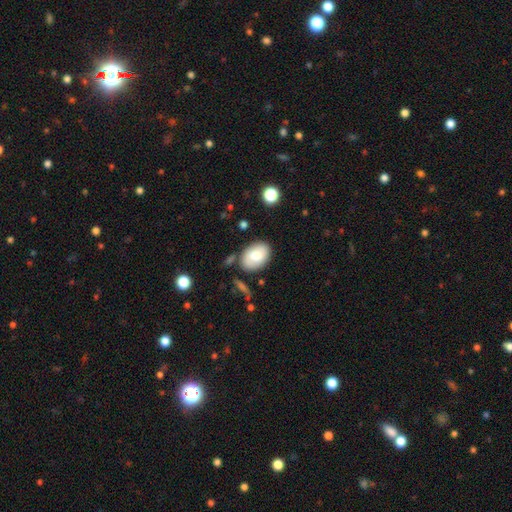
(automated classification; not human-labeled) A smooth galaxy with no disk features (74%) that is in between round and cigar-shaped (83%). Merging: none (76%).